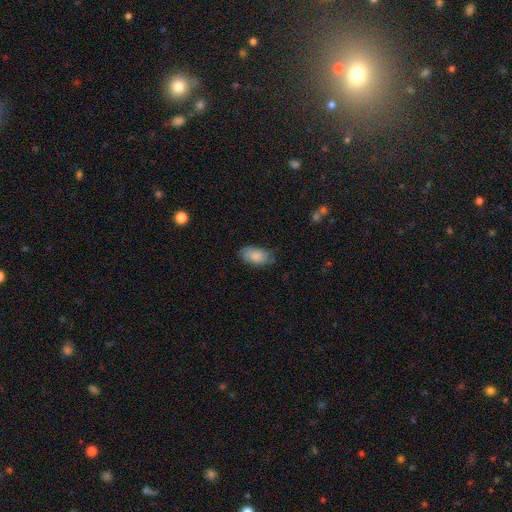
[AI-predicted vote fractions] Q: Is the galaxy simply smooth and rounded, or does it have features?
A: smooth — 83%.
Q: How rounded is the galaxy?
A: in between — 93%.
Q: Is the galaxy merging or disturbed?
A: none — 73%.